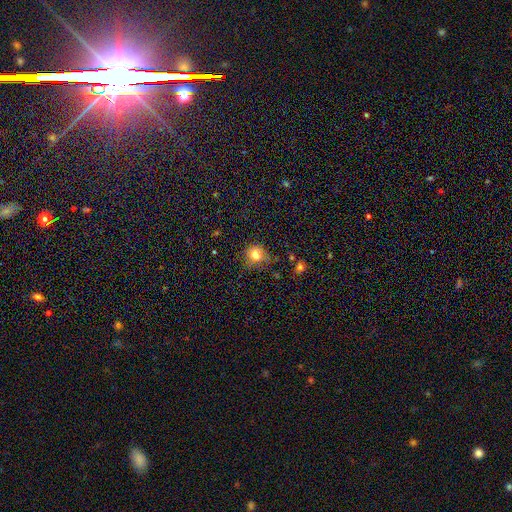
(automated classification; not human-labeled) smooth 77%, star or artifact 14%, featured or disk 9%. Down the decision tree: how rounded — round (75%); merging — none (62%).